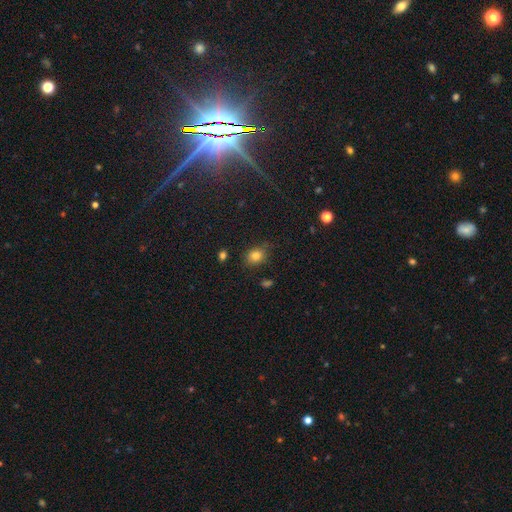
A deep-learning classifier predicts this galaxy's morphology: type=smooth (81%); roundness=round (51%); merging=none (75%).